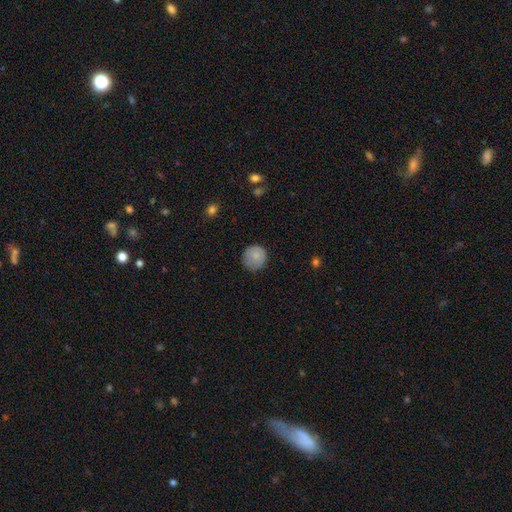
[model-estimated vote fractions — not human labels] This appears to be a smooth galaxy with no disk features (84%) that is round (92%). Merging: none (79%).